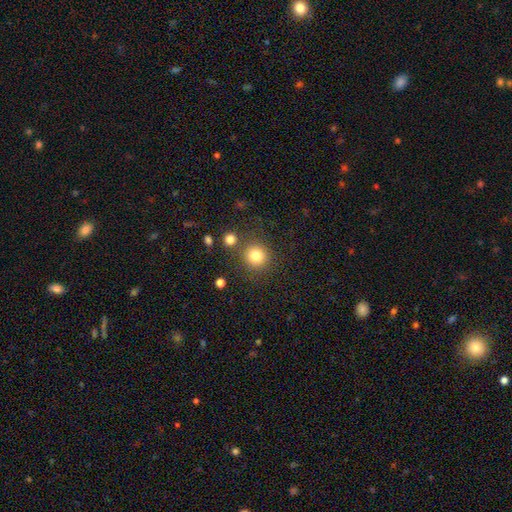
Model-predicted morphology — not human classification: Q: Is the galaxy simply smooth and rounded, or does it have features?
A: smooth — 82%.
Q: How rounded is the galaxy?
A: round — 92%.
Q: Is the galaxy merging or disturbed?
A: none — 82%.